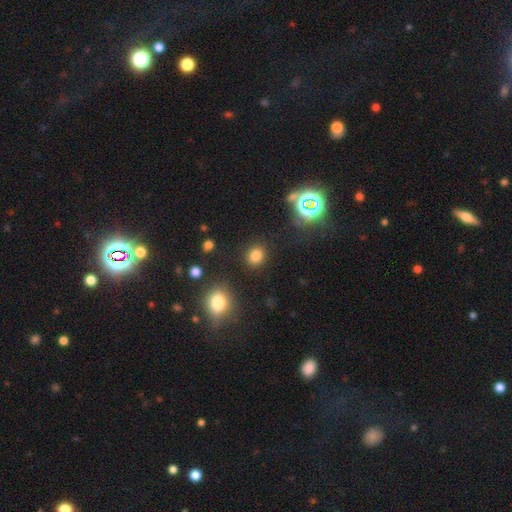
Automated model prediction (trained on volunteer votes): smooth_or_featured: smooth (p=0.79) [alt: star or artifact p=0.16]
how_rounded: round (p=0.75) [alt: in between p=0.24]
merging: none (p=0.88) [alt: minor disturbance p=0.07]